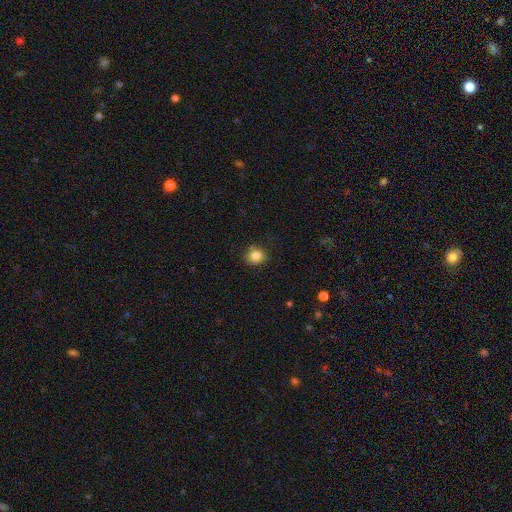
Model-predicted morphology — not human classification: smooth-or-featured: smooth: 83% | star or artifact: 11% | featured or disk: 6%
  how-rounded: round: 69% | in between: 30% | cigar-shaped: 1%
  merging: none: 80% | minor disturbance: 13% | merger: 4% | major disturbance: 3%